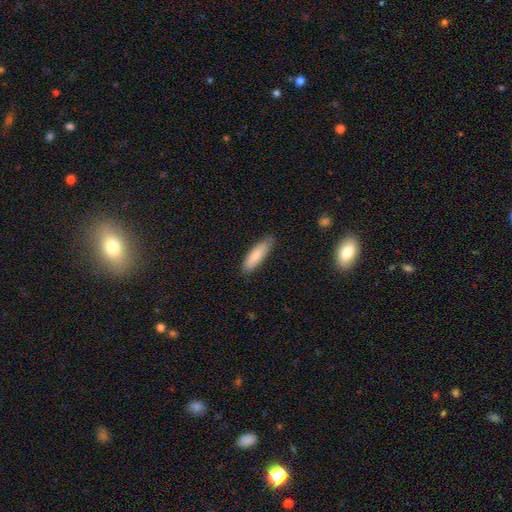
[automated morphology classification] type=smooth (84%); roundness=cigar-shaped (57%); merging=none (82%).